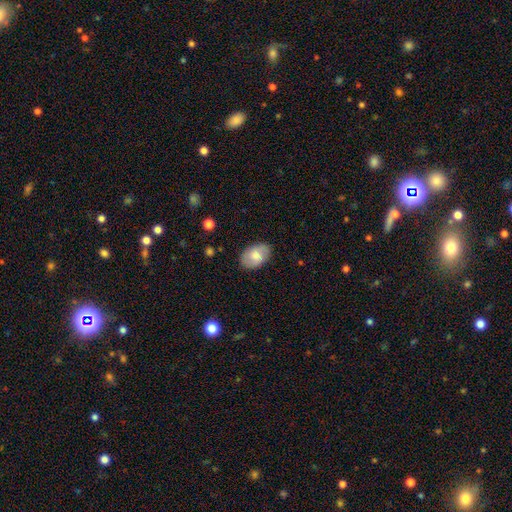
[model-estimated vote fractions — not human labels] Smooth or featured? smooth (71%)
How rounded? in between (89%)
Merging? none (84%)